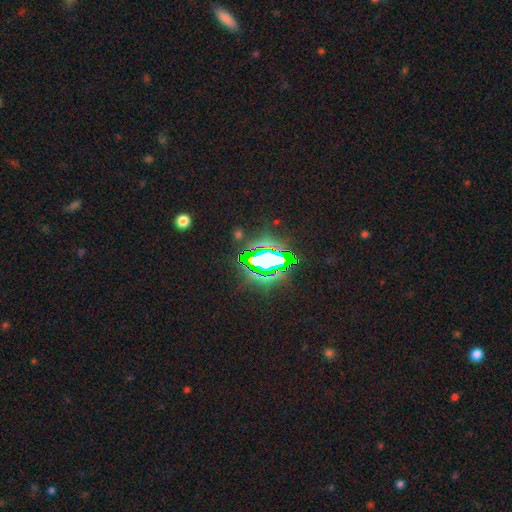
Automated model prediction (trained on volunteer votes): Overall: star or artifact (84%).